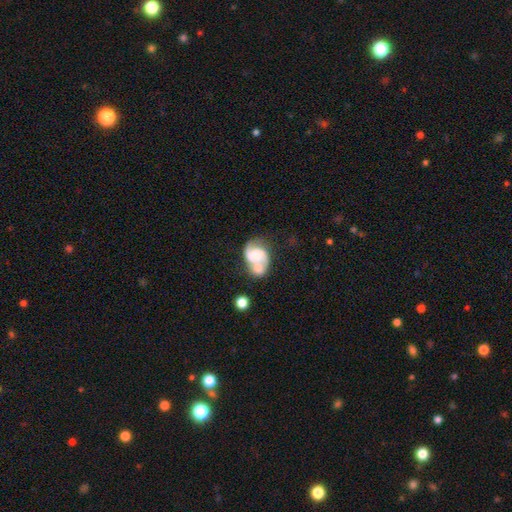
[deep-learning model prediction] smooth_or_featured: featured or disk (p=0.65) [alt: smooth p=0.28]
disk_edge_on: no (p=0.98) [alt: yes p=0.02]
bar: no (p=0.67) [alt: weak p=0.26]
has_spiral_arms: yes (p=0.85) [alt: no p=0.15]
spiral_winding: medium (p=0.47) [alt: loose p=0.33]
spiral_arm_count: 2 (p=0.82) [alt: 1 p=0.08]
bulge_size: small (p=0.29) [alt: moderate p=0.26]
merging: merger (p=0.52) [alt: none p=0.24]